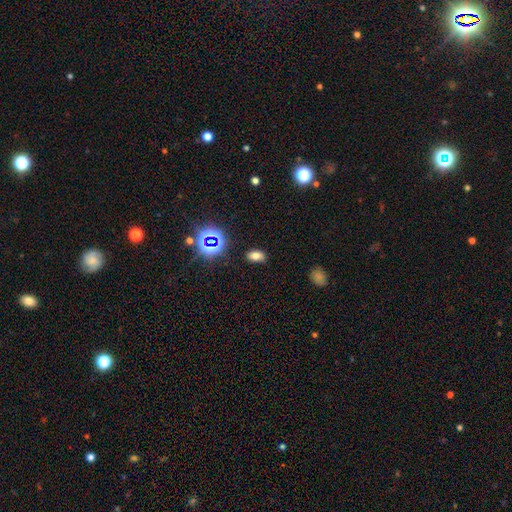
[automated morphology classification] Smooth or featured? Predicted: smooth (p=0.69). How rounded? Predicted: in between (p=0.87). Merging? Predicted: none (p=0.86).